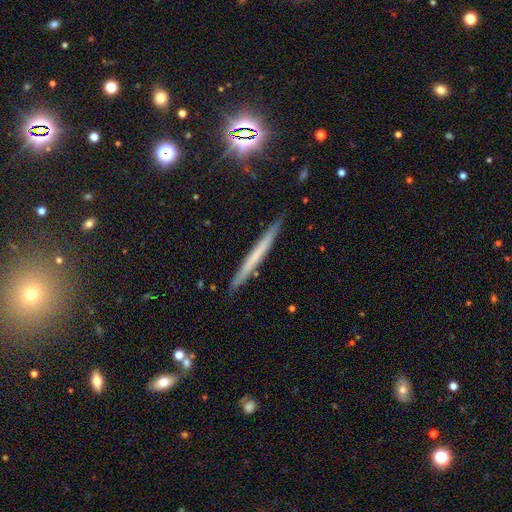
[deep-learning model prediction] Smooth or featured?
  - smooth: 45% *
  - featured or disk: 44%
  - star or artifact: 10%
Merging?
  - none: 89% *
  - minor disturbance: 8%
  - major disturbance: 2%
  - merger: 1%